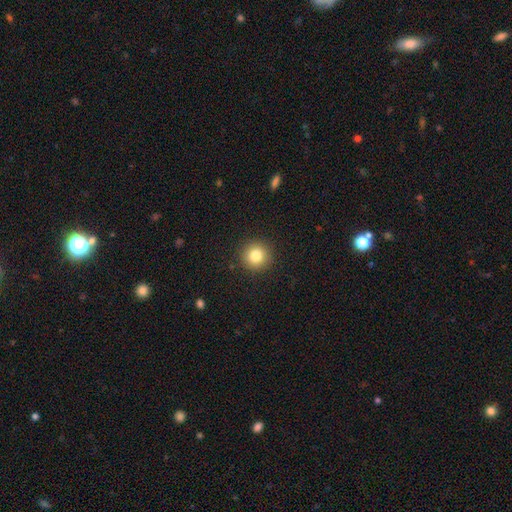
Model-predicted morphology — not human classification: smooth-or-featured: smooth: 82% | star or artifact: 11% | featured or disk: 7%
  how-rounded: round: 94% | in between: 5% | cigar-shaped: 1%
  merging: none: 91% | minor disturbance: 6% | major disturbance: 2% | merger: 1%